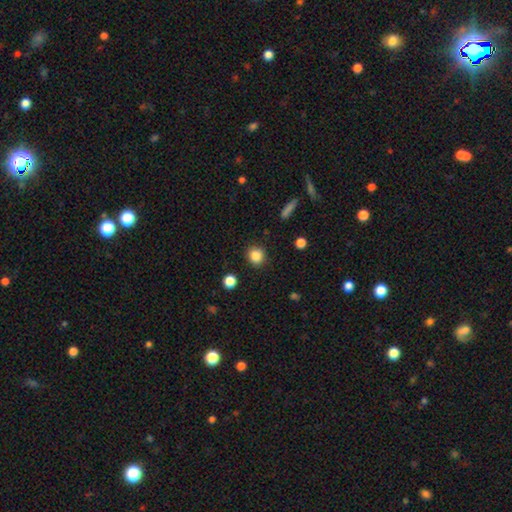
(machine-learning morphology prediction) Smooth or featured?
  - smooth: 86% *
  - star or artifact: 10%
  - featured or disk: 4%
How rounded?
  - round: 86% *
  - in between: 13%
  - cigar-shaped: 1%
Merging?
  - none: 88% *
  - minor disturbance: 8%
  - major disturbance: 2%
  - merger: 2%